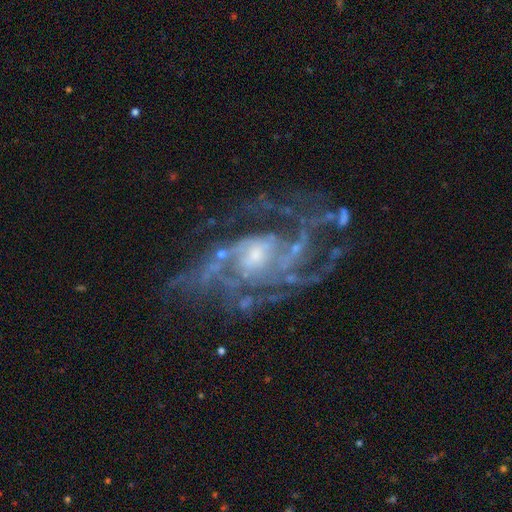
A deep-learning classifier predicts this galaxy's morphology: featured or disk 90%, star or artifact 6%, smooth 4%. Down the decision tree: edge-on disk — no (98%); bar — no (51%); spiral arms — yes (96%); spiral arm count — 3 (23%); spiral winding — medium (47%); bulge size — small (54%); merging — none (58%).